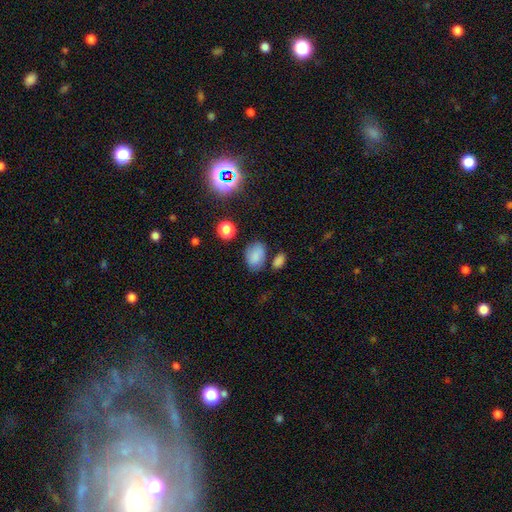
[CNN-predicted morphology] Smooth or featured? Predicted: smooth (p=0.82). How rounded? Predicted: in between (p=0.84). Merging? Predicted: none (p=0.69).